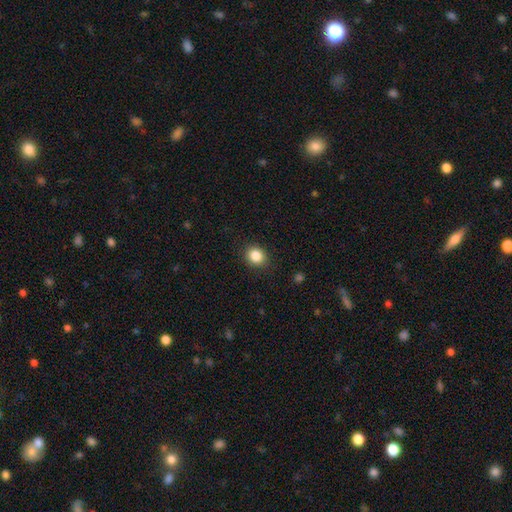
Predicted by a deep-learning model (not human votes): This appears to be a smooth galaxy with no disk features (85%) that is round (69%). Merging: none (88%).